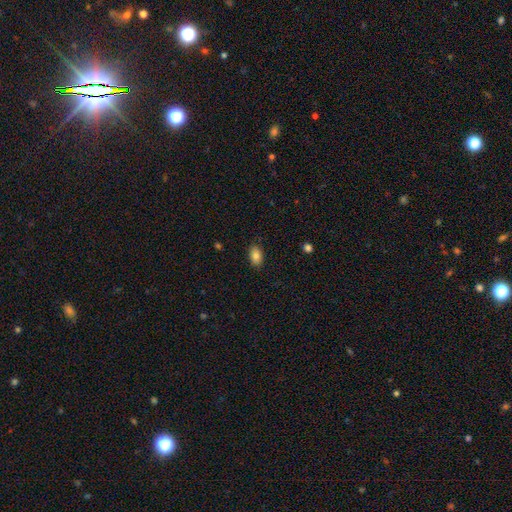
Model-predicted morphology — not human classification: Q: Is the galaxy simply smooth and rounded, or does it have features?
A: smooth — 84%.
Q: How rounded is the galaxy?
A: in between — 89%.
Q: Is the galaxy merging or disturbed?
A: none — 87%.